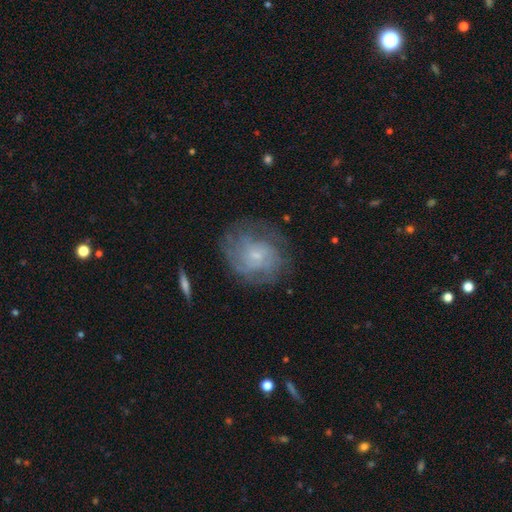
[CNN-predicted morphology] This is likely a featured or disk galaxy (65%). It is clearly not viewed edge-on (97%). Bar: likely no (73%). Spiral arm pattern: clearly yes (82%). Spiral arm count: possibly can't tell (52%). Spiral winding: possibly tight (55%). Central bulge: likely small (74%). Merging: likely none (69%).